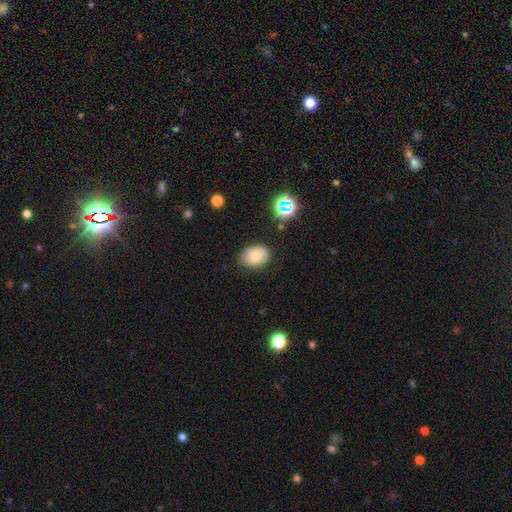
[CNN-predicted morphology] Overall: smooth (73%). How rounded: in between (72%). Merging: none (75%).